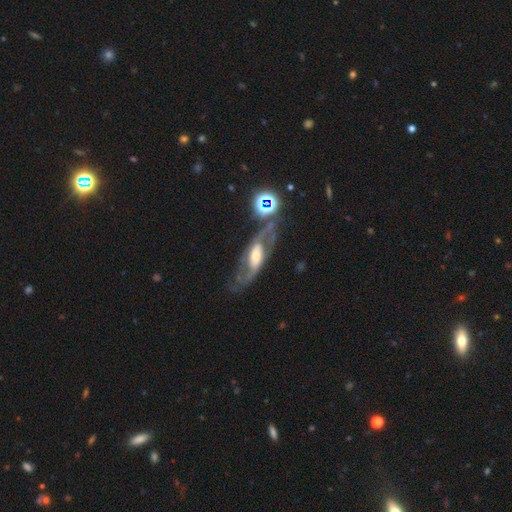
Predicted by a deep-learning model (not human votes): Smooth or featured?
  - featured or disk: 78% *
  - smooth: 13%
  - star or artifact: 8%
Edge-on disk?
  - no: 86% *
  - yes: 14%
Bar?
  - weak: 34% *
  - strong: 33%
  - no: 33%
Spiral arms?
  - yes: 83% *
  - no: 17%
Spiral winding?
  - medium: 46% *
  - loose: 39%
  - tight: 15%
Spiral arm count?
  - 2: 86% *
  - can't tell: 7%
  - 1: 3%
  - 3: 1%
  - 4: 1%
  - more than 4: 1%
Bulge size?
  - moderate: 48% *
  - small: 24%
  - large: 21%
  - dominant: 3%
  - none: 3%
Merging?
  - none: 58% *
  - minor disturbance: 17%
  - major disturbance: 16%
  - merger: 8%